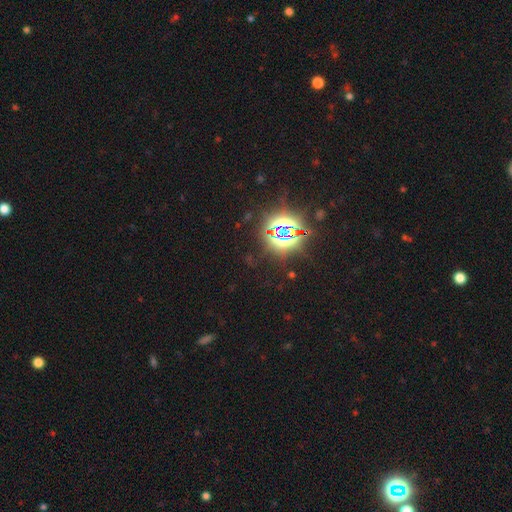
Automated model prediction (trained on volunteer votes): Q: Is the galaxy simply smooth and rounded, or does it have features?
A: star or artifact — 85%.